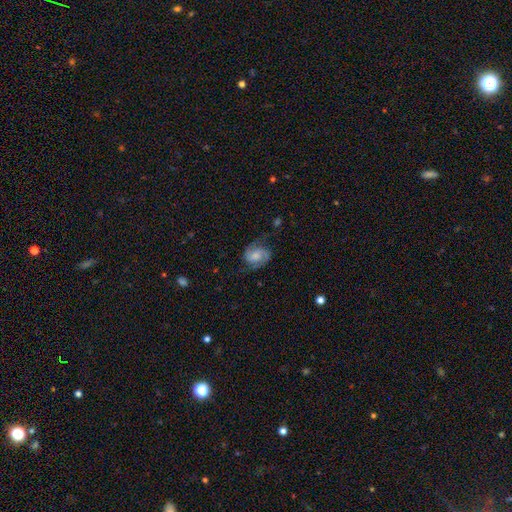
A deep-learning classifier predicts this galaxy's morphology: smooth_or_featured: featured or disk (p=0.66) [alt: smooth p=0.26]
disk_edge_on: no (p=0.97) [alt: yes p=0.03]
bar: no (p=0.53) [alt: weak p=0.38]
has_spiral_arms: yes (p=0.93) [alt: no p=0.07]
spiral_winding: medium (p=0.48) [alt: loose p=0.27]
spiral_arm_count: 2 (p=0.87) [alt: can't tell p=0.06]
bulge_size: moderate (p=0.40) [alt: small p=0.30]
merging: none (p=0.66) [alt: minor disturbance p=0.21]